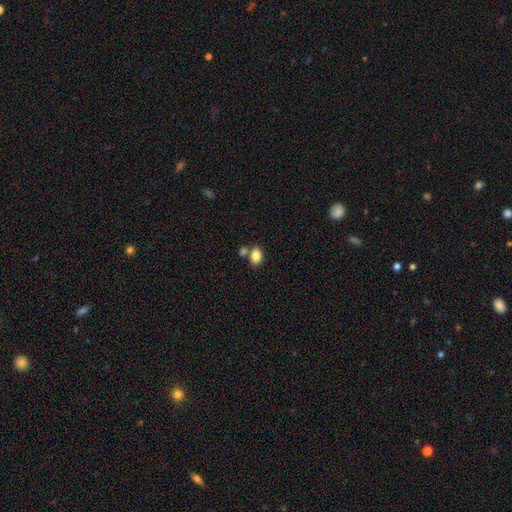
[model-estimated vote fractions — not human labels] A smooth galaxy with no disk features (86%) that is in between round and cigar-shaped (80%).

Vote fractions:
- Smooth or featured? smooth: 86% / star or artifact: 9% / featured or disk: 6%
- How rounded? in between: 80% / round: 19% / cigar-shaped: 1%
- Merging? none: 60% / merger: 26% / minor disturbance: 11% / major disturbance: 3%